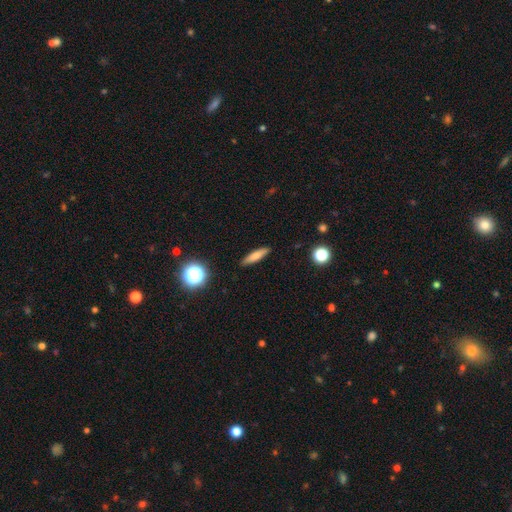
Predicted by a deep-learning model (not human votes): This appears to be a smooth galaxy with no disk features (70%) that is cigar-shaped (79%). Merging: none (89%).